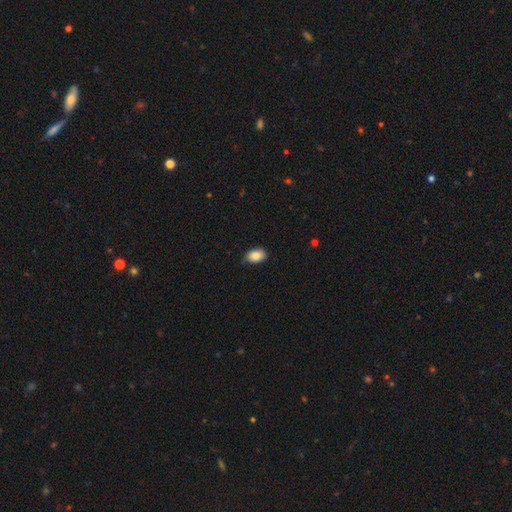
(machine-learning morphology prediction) Overall: smooth (86%). How rounded: in between (85%). Merging: none (79%).